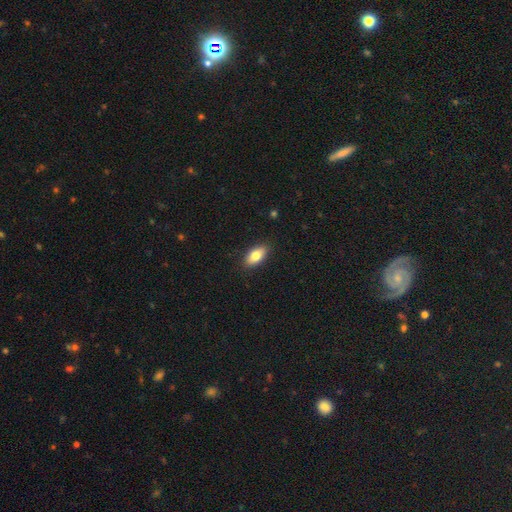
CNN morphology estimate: Smooth or featured?
  - smooth: 79% *
  - featured or disk: 14%
  - star or artifact: 7%
How rounded?
  - in between: 89% *
  - cigar-shaped: 6%
  - round: 4%
Merging?
  - none: 88% *
  - minor disturbance: 9%
  - major disturbance: 2%
  - merger: 1%